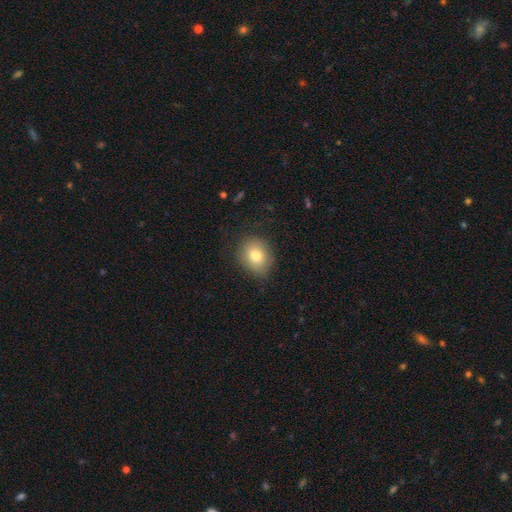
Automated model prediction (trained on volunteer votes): Morphology: type=smooth (77%); roundness=round (59%); merging=none (81%).